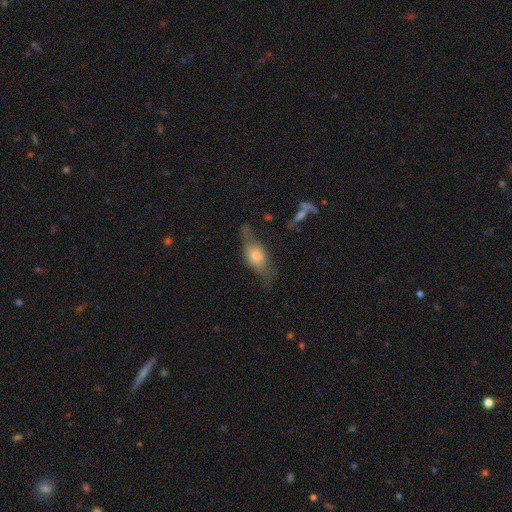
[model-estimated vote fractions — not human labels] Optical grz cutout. It shows a smooth galaxy with no disk features (49%). Merging: none (52%).